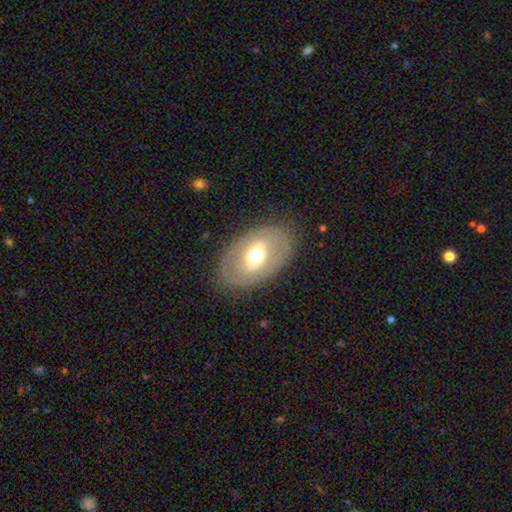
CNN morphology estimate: smooth-or-featured: featured or disk: 48% | smooth: 45% | star or artifact: 8%
  merging: none: 81% | minor disturbance: 12% | major disturbance: 6% | merger: 1%